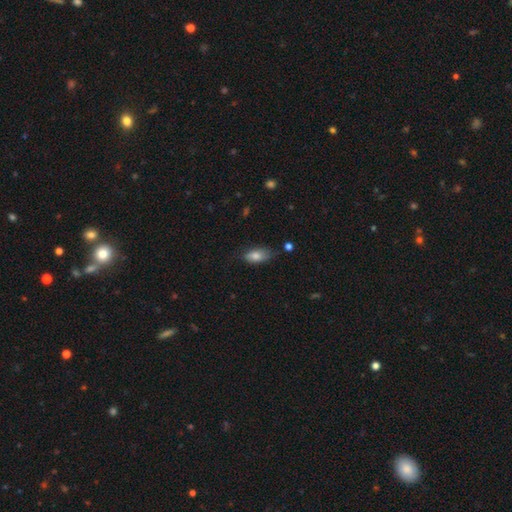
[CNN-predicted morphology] This appears to be a smooth galaxy with no disk features (79%) that is in between round and cigar-shaped (88%). Merging: none (58%).